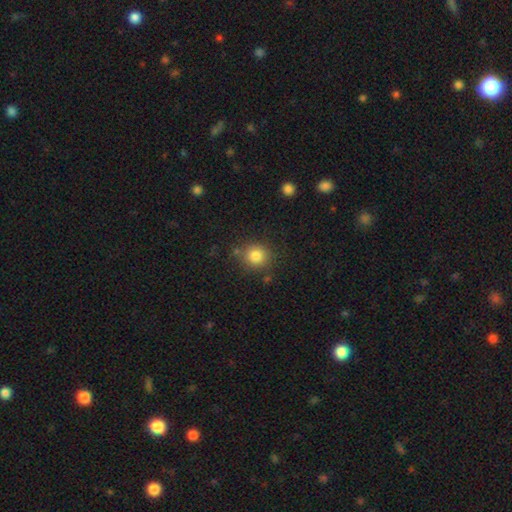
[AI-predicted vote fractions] Overall: smooth (83%). How rounded: round (87%). Merging: none (81%).